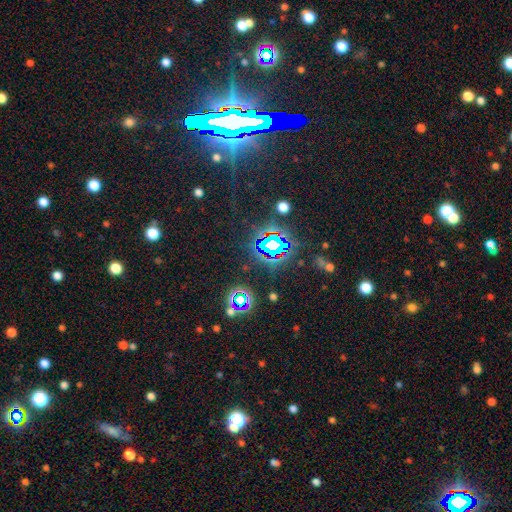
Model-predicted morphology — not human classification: Overall: star or artifact (84%).